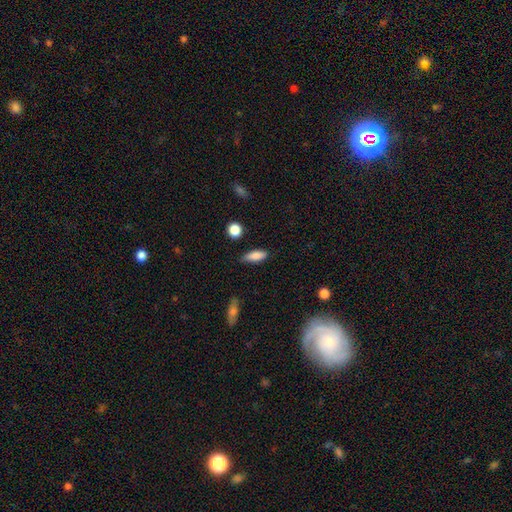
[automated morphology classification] A smooth galaxy with no disk features (84%) that is in between round and cigar-shaped (68%). Merging: none (79%).